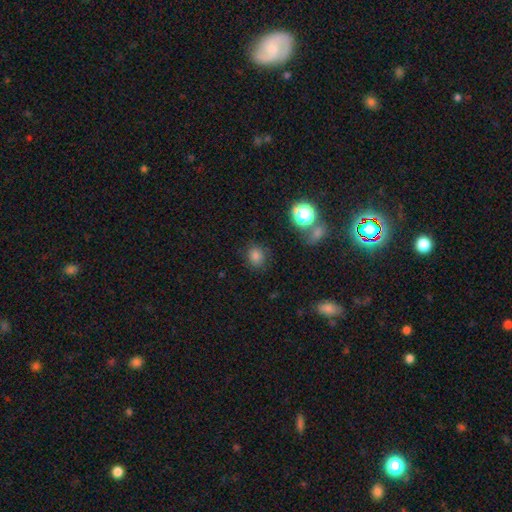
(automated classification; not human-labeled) The model was most divided on "how rounded": round: 75%, in between: 23%, cigar-shaped: 1%. More confident: merging — none (82%); smooth or featured — smooth (78%).